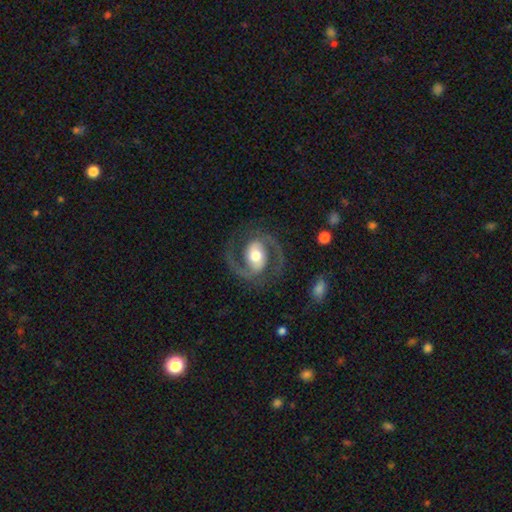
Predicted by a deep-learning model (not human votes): The model was most divided on "bar": weak: 38%, no: 32%, strong: 29%. More confident: edge-on disk — no (98%); spiral arms — yes (96%); spiral arm count — 2 (93%); smooth or featured — featured or disk (89%); merging — none (81%); bulge size — moderate (65%); spiral winding — medium (62%).